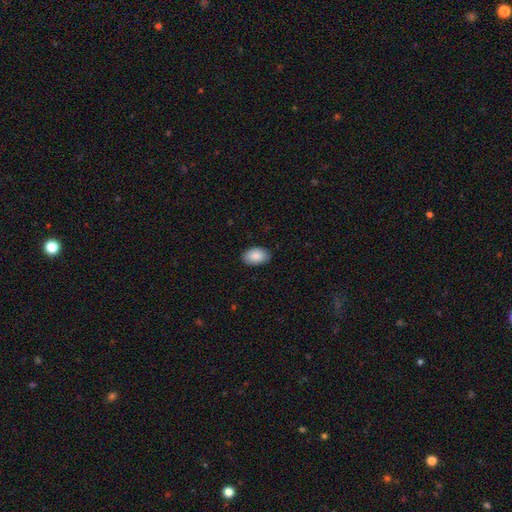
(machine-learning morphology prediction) smooth 89%, star or artifact 6%, featured or disk 5%. Down the decision tree: how rounded — in between (91%); merging — none (88%).